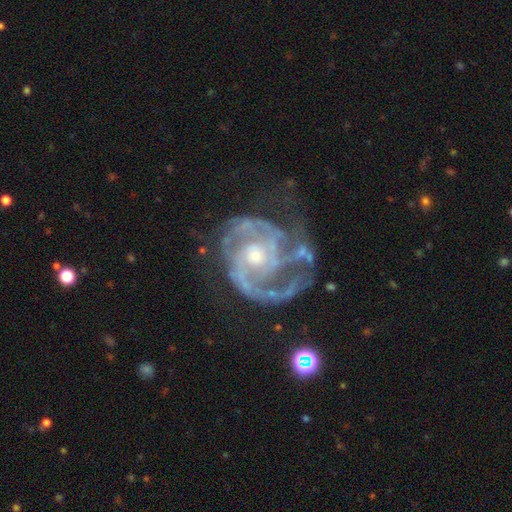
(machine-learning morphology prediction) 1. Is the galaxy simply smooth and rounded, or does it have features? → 91% featured or disk, 6% star or artifact, 4% smooth.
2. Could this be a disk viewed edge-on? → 98% no, 2% yes.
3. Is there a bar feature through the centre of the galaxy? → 69% no, 25% weak, 6% strong.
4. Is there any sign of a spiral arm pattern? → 96% yes, 4% no.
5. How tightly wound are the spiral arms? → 52% tight, 39% medium, 9% loose.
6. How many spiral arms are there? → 35% 2, 25% 3, 20% can't tell, 7% 4, 7% 1, 6% more than 4.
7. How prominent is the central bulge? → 48% moderate, 46% small, 3% large, 2% none, 1% dominant.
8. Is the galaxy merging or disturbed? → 49% none, 26% major disturbance, 21% minor disturbance, 4% merger.